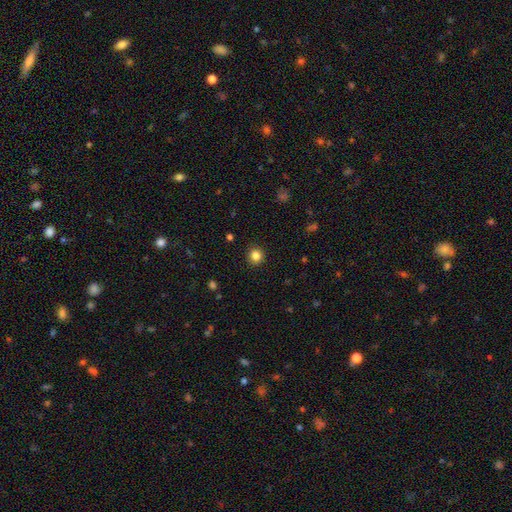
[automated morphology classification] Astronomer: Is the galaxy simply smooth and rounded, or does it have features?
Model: smooth — 84%.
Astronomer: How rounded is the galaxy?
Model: round — 90%.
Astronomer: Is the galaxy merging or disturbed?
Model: none — 91%.